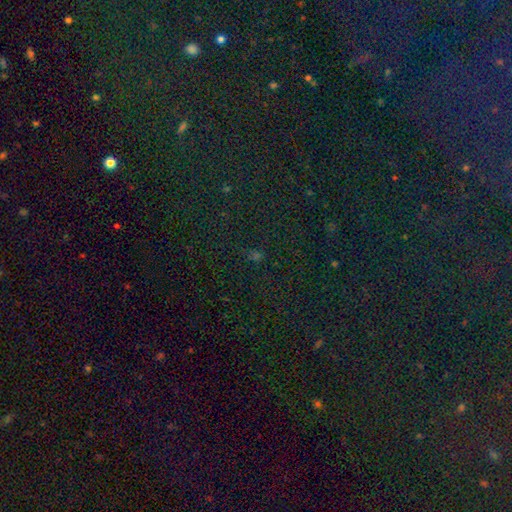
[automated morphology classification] smooth_or_featured: star or artifact (p=0.63) [alt: smooth p=0.29]